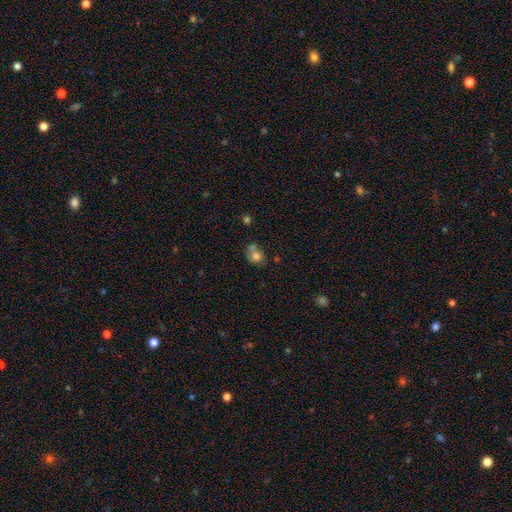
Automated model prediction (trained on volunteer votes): Overall: smooth (76%). How rounded: round (69%; in between 30%). Merging: none (45%; merger 34%).